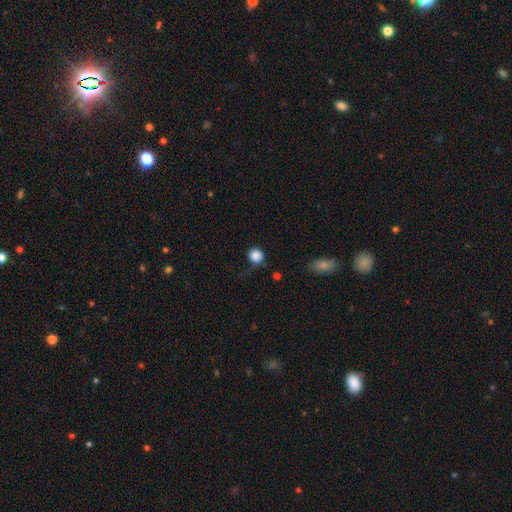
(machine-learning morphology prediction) smooth_or_featured: smooth (p=0.87) [alt: star or artifact p=0.09]
how_rounded: round (p=0.90) [alt: in between p=0.09]
merging: none (p=0.68) [alt: minor disturbance p=0.20]